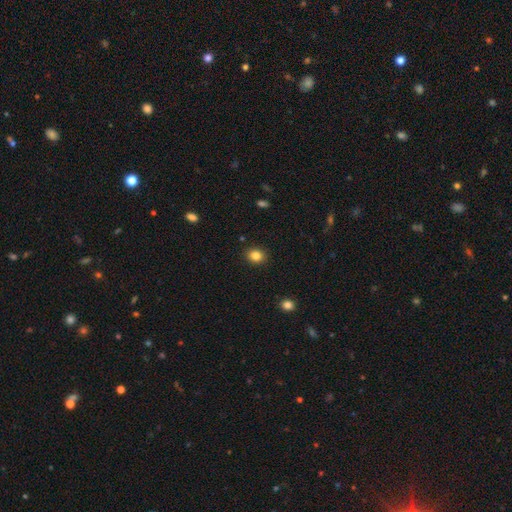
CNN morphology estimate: Overall: smooth (84%). How rounded: round (67%; in between 32%). Merging: none (90%).